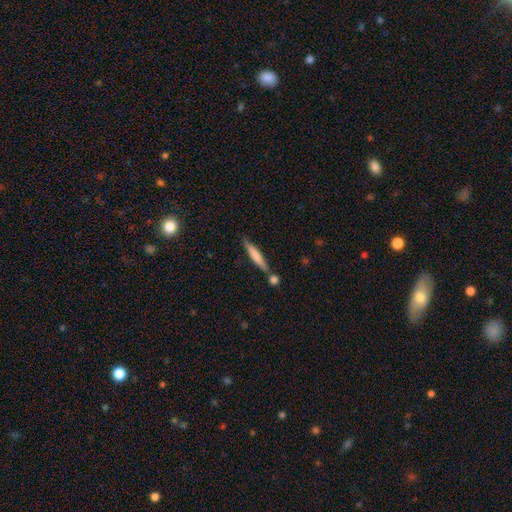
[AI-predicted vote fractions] This is likely a smooth galaxy (65%). How rounded: clearly cigar-shaped (92%). Merging: likely none (72%).